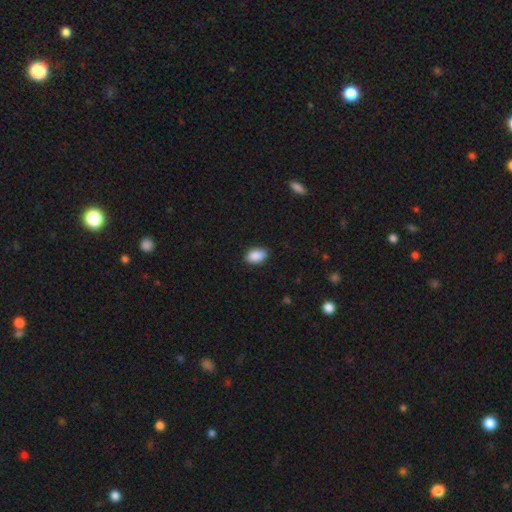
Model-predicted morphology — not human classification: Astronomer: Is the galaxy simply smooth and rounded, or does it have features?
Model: smooth — 89%.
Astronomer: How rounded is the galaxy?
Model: in between — 90%.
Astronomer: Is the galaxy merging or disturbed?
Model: none — 87%.